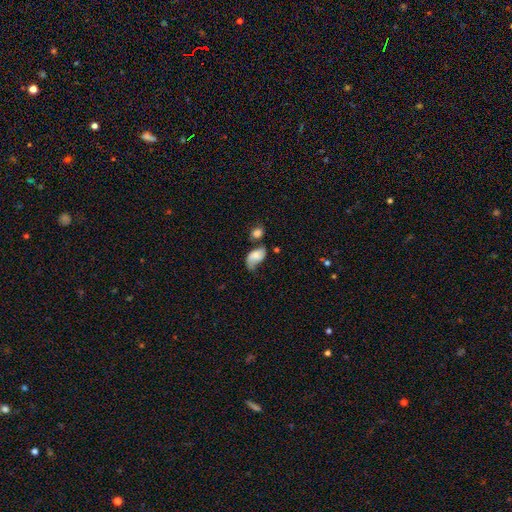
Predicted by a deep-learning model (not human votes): smooth-or-featured: smooth: 64% | featured or disk: 28% | star or artifact: 9%
  how-rounded: in between: 90% | round: 8% | cigar-shaped: 2%
  merging: minor disturbance: 30% | none: 28% | major disturbance: 24% | merger: 18%